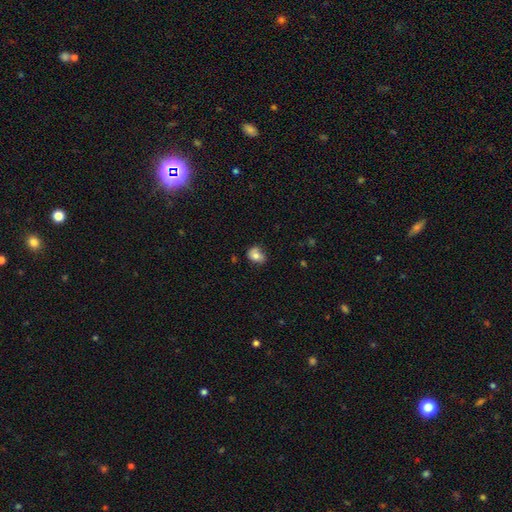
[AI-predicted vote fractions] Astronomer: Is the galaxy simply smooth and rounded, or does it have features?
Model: smooth — 76%.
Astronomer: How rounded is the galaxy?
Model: in between — 58% (runner-up: round, 40%).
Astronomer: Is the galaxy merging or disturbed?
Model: none — 57%.